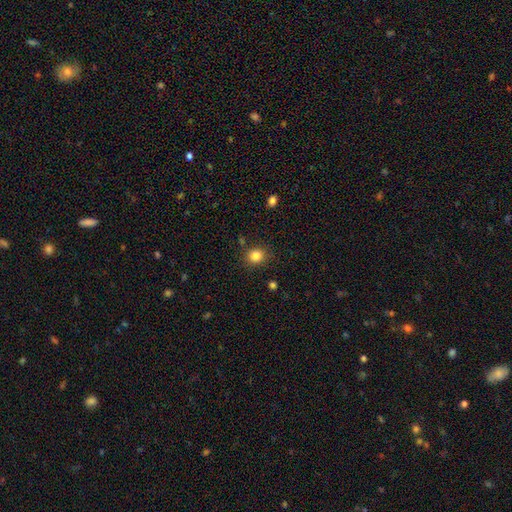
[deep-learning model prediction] A smooth galaxy with no disk features (84%) that is round (77%). Merging: none (84%).